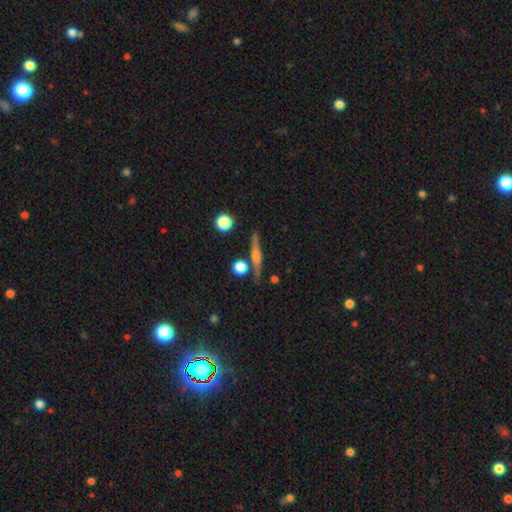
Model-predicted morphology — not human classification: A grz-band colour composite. It shows a featured or disk galaxy (65%) viewed edge-on (95%) with a rounded central bulge (73%). Merging: none (82%).